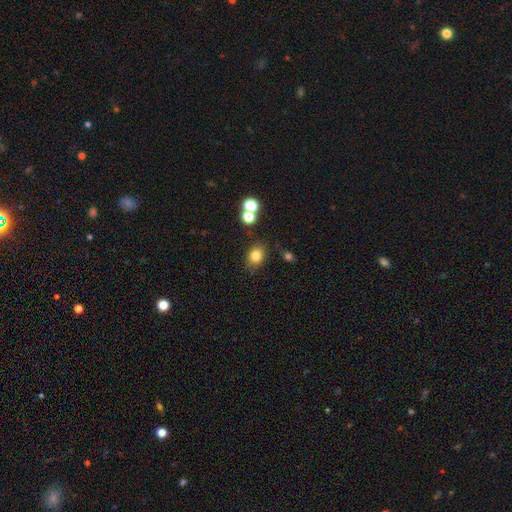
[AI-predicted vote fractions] This is clearly a smooth galaxy (80%). How rounded: possibly in between (52%). Merging: likely none (78%).